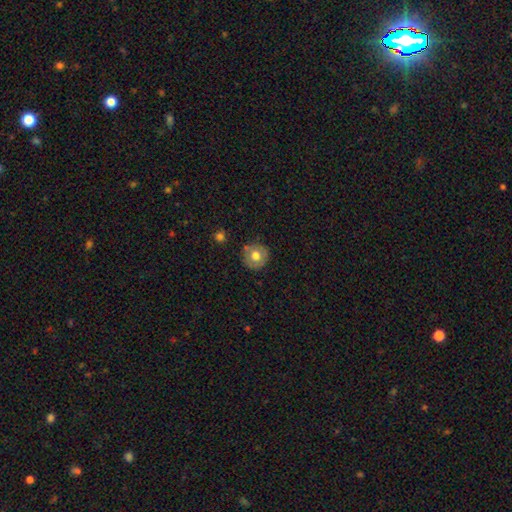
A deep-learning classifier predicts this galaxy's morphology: Q: Smooth or featured?
A: smooth (65%); runner-up: featured or disk (26%)
Q: How rounded?
A: round (92%); runner-up: in between (7%)
Q: Merging?
A: none (83%); runner-up: minor disturbance (12%)